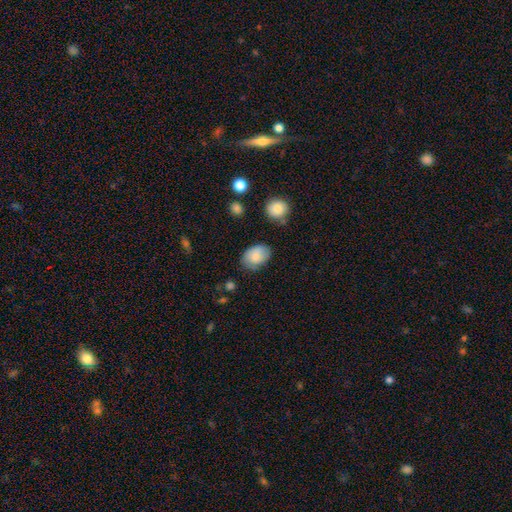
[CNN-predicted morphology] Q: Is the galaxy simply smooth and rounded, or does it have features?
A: smooth — 80%.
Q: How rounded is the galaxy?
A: in between — 83%.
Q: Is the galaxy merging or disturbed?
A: none — 70%.